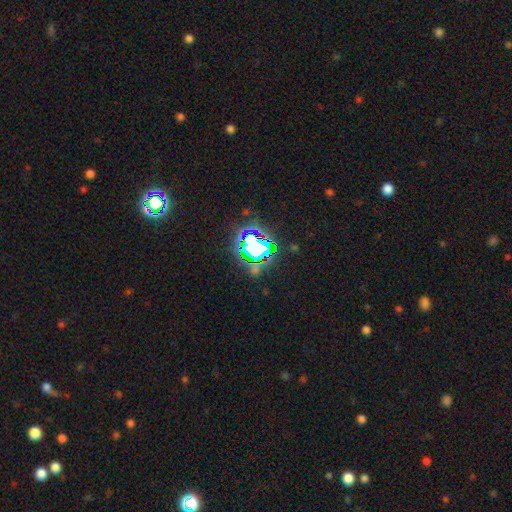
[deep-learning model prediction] Smooth or featured? Predicted: star or artifact (p=0.72).